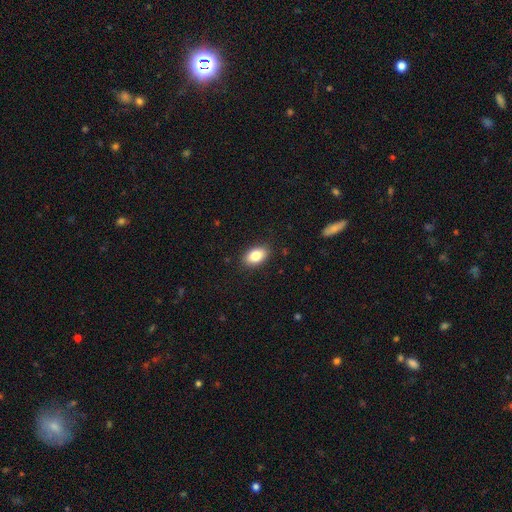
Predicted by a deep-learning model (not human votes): The model was most divided on "smooth or featured": smooth: 84%, featured or disk: 9%, star or artifact: 7%. More confident: how rounded — in between (90%); merging — none (87%).